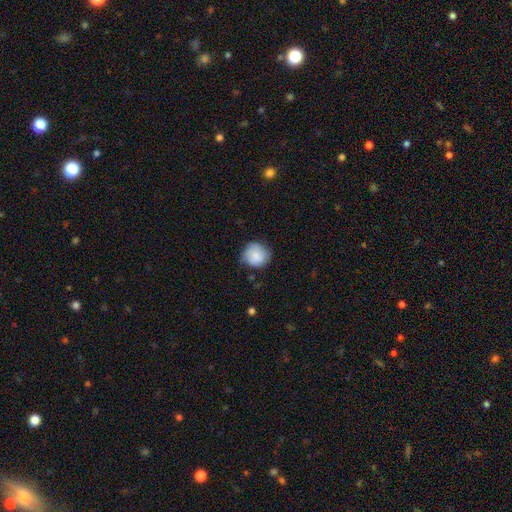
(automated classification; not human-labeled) The model was most divided on "merging": none: 65%, minor disturbance: 27%, major disturbance: 6%, merger: 2%. More confident: how rounded — round (87%); smooth or featured — smooth (79%).